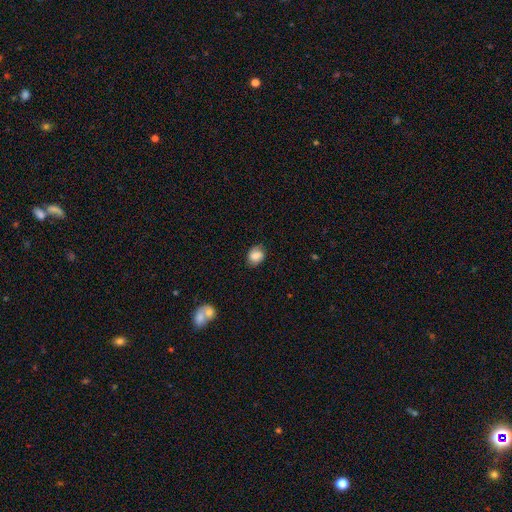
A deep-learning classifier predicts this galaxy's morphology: Q: Smooth or featured?
A: smooth (82%); runner-up: featured or disk (10%)
Q: How rounded?
A: in between (52%); runner-up: round (47%)
Q: Merging?
A: none (77%); runner-up: minor disturbance (17%)